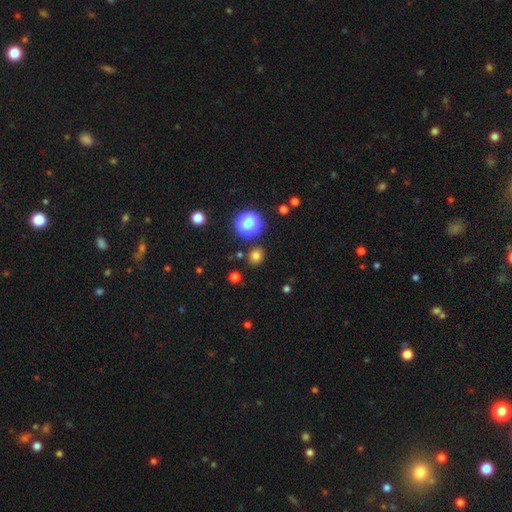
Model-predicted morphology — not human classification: Smooth or featured: smooth — 76% (star or artifact — 18%)
How rounded: round — 82% (in between — 17%)
Merging: none — 87% (minor disturbance — 7%)